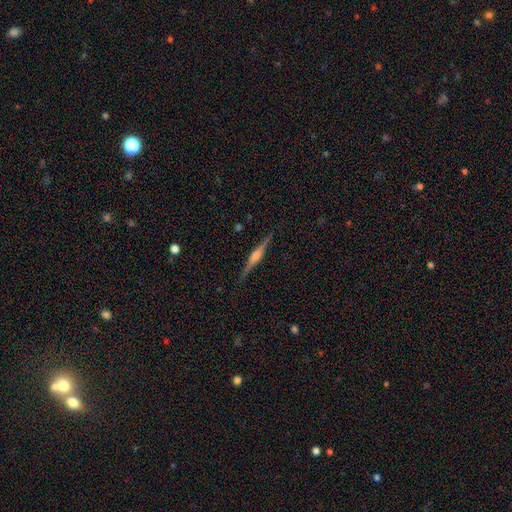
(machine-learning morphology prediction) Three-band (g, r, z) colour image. It shows a featured or disk galaxy (82%) viewed edge-on (98%) with a rounded central bulge (85%). Merging: none (90%).